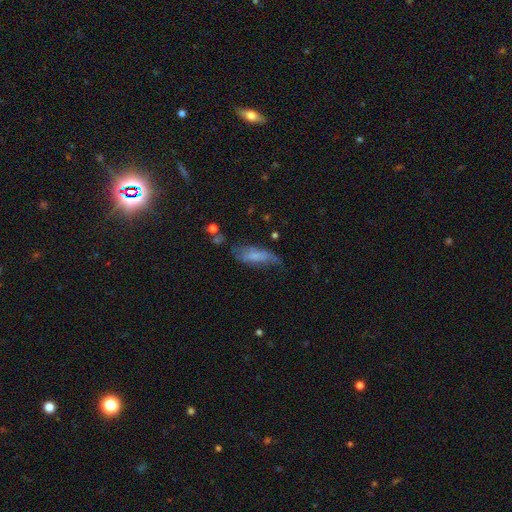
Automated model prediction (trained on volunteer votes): Smooth or featured? Predicted: smooth (p=0.59). How rounded? Predicted: in between (p=0.59). Merging? Predicted: none (p=0.44).